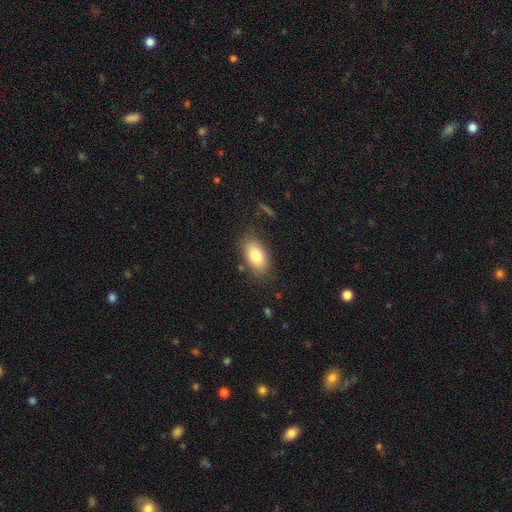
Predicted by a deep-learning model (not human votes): Q: Smooth or featured?
A: smooth (80%); runner-up: featured or disk (13%)
Q: How rounded?
A: in between (91%); runner-up: round (6%)
Q: Merging?
A: none (80%); runner-up: minor disturbance (14%)